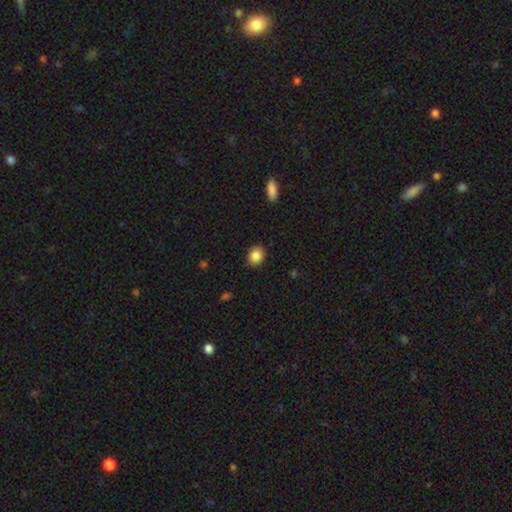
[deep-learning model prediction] smooth-or-featured: smooth: 87% | star or artifact: 9% | featured or disk: 4%
  how-rounded: round: 58% | in between: 41% | cigar-shaped: 1%
  merging: none: 87% | minor disturbance: 9% | major disturbance: 2% | merger: 1%